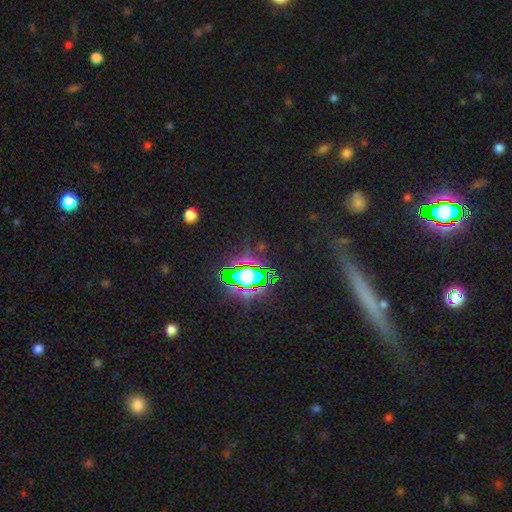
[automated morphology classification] A star or artifact, not a galaxy (47%).